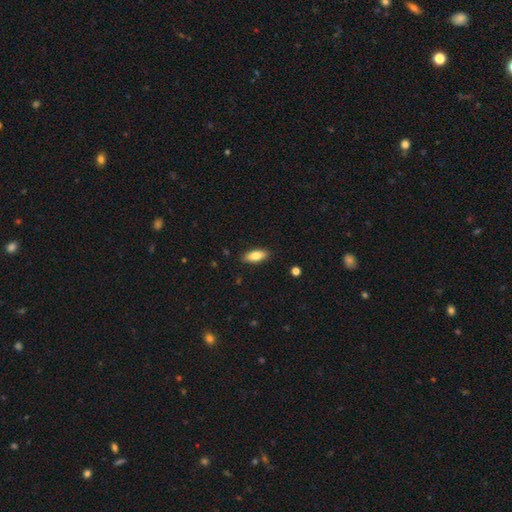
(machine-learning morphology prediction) This appears to be a smooth galaxy with no disk features (80%) that is in between round and cigar-shaped (81%). Merging: none (88%).